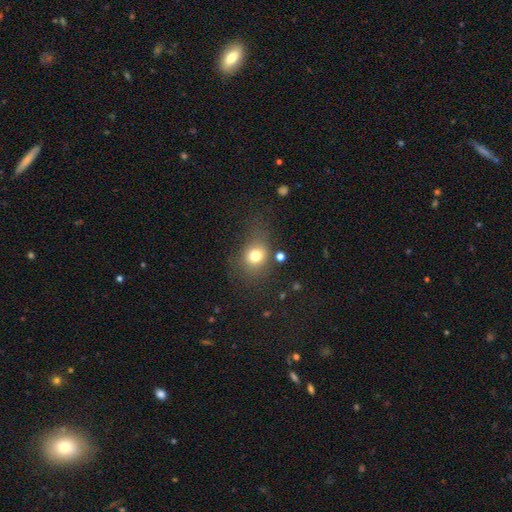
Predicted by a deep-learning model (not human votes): Smooth or featured? Predicted: smooth (p=0.75). How rounded? Predicted: round (p=0.64). Merging? Predicted: none (p=0.59).